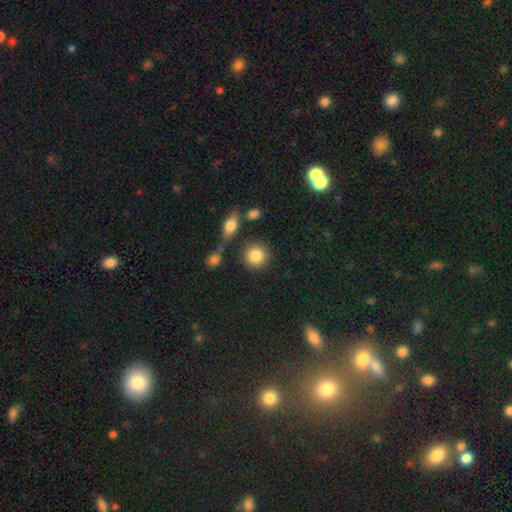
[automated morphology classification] A smooth galaxy with no disk features (85%) that is round (88%). Merging: none (81%).